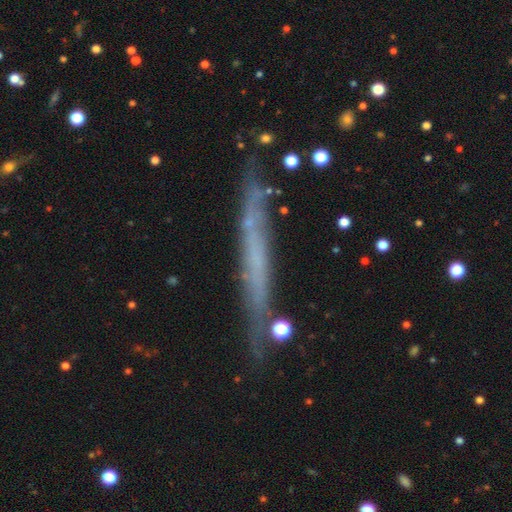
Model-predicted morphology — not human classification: featured or disk 57%, smooth 34%, star or artifact 9%. Down the decision tree: edge-on disk — yes (86%); merging — none (77%).